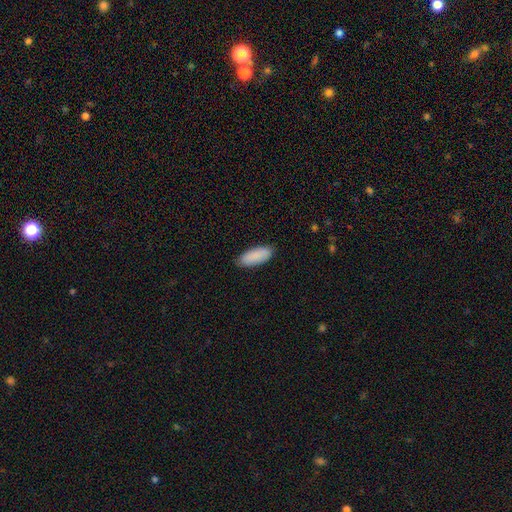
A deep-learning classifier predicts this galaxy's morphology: The model was most divided on "how rounded": in between: 78%, cigar-shaped: 20%, round: 1%. More confident: smooth or featured — smooth (90%); merging — none (85%).